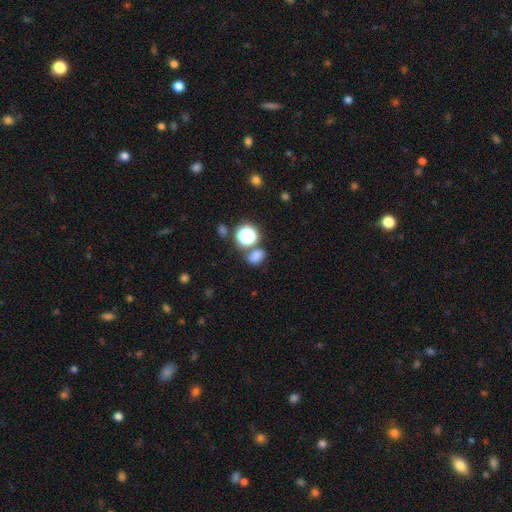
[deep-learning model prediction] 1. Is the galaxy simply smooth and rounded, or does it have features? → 72% smooth, 22% star or artifact, 7% featured or disk.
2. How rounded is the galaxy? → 58% in between, 41% round, 1% cigar-shaped.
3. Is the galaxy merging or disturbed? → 62% none, 20% merger, 13% minor disturbance, 5% major disturbance.